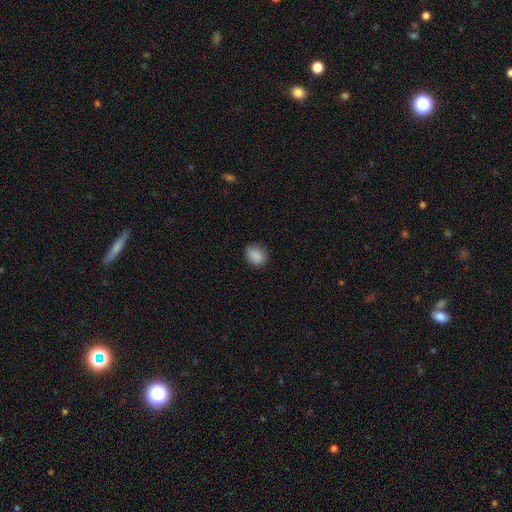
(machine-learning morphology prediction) This appears to be a smooth galaxy with no disk features (88%) that is in between round and cigar-shaped (59%). Merging: none (84%).